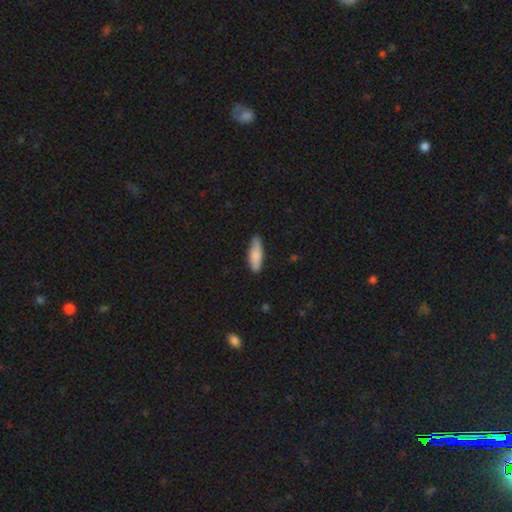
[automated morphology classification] Smooth or featured? smooth (82%)
How rounded? in between (54%)
Merging? none (81%)